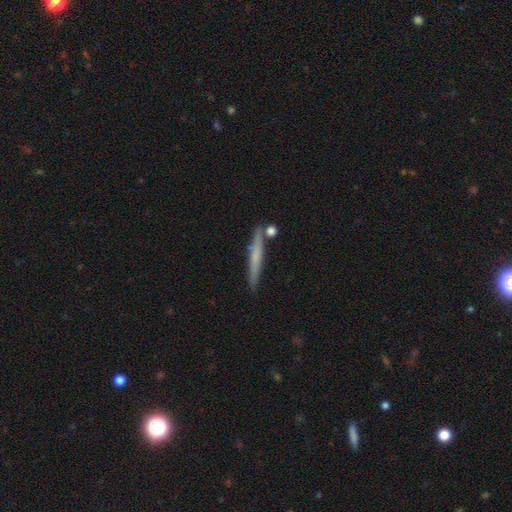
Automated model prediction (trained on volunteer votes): Smooth or featured: smooth — 49% (featured or disk — 45%)
Merging: none — 80% (minor disturbance — 11%)